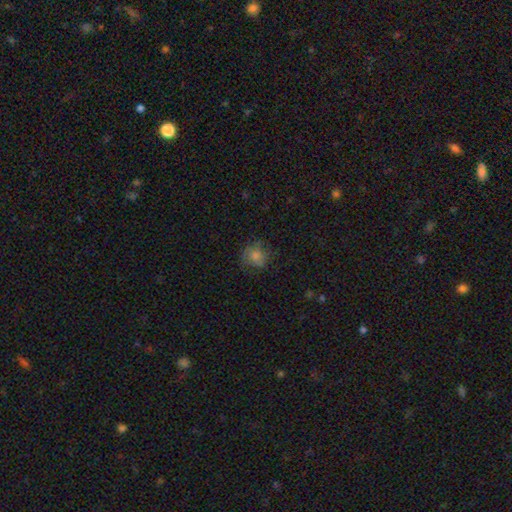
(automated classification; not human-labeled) smooth-or-featured: smooth: 71% | featured or disk: 15% | star or artifact: 14%
  how-rounded: round: 80% | in between: 19% | cigar-shaped: 1%
  merging: none: 69% | minor disturbance: 20% | major disturbance: 9% | merger: 1%